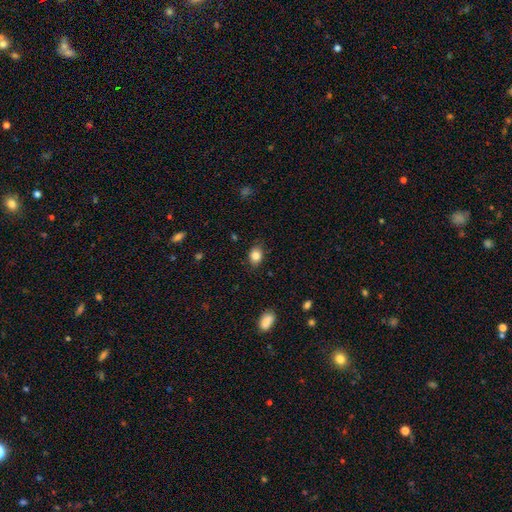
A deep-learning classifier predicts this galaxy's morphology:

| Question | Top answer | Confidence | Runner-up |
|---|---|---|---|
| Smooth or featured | smooth | 85% | star or artifact (9%) |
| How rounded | in between | 66% | round (33%) |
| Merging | none | 83% | minor disturbance (13%) |